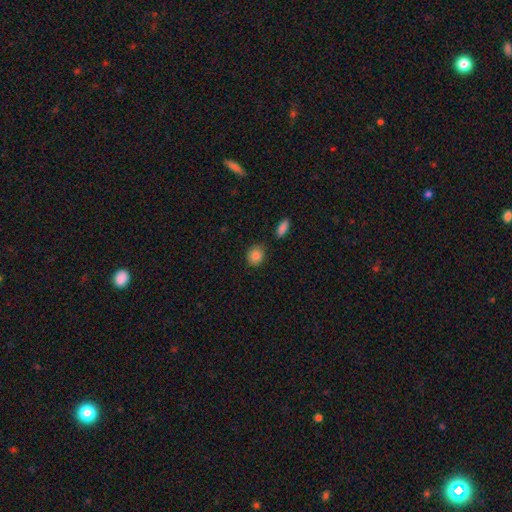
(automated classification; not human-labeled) The model was most divided on "how rounded": round: 72%, in between: 26%, cigar-shaped: 1%. More confident: smooth or featured — smooth (86%); merging — none (84%).